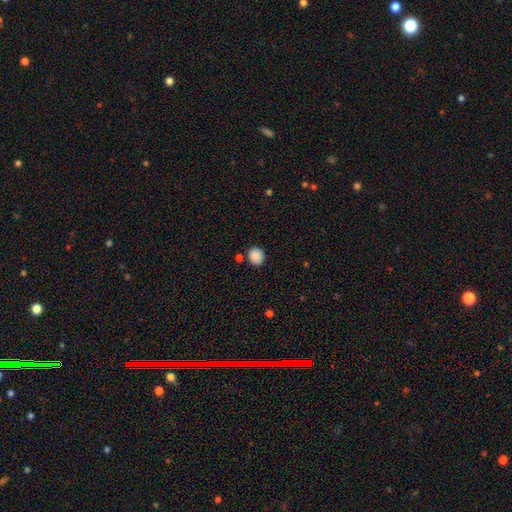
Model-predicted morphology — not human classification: A smooth galaxy with no disk features (88%) that is round (76%). Merging: none (83%).